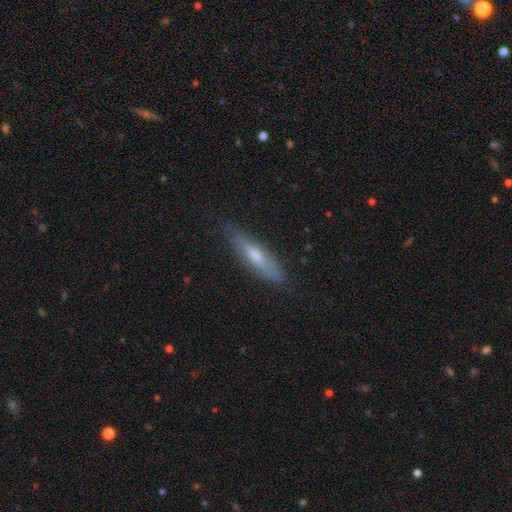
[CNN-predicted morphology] smooth_or_featured: smooth (p=0.56) [alt: featured or disk p=0.37]
how_rounded: cigar-shaped (p=0.75) [alt: in between p=0.23]
merging: none (p=0.79) [alt: minor disturbance p=0.16]